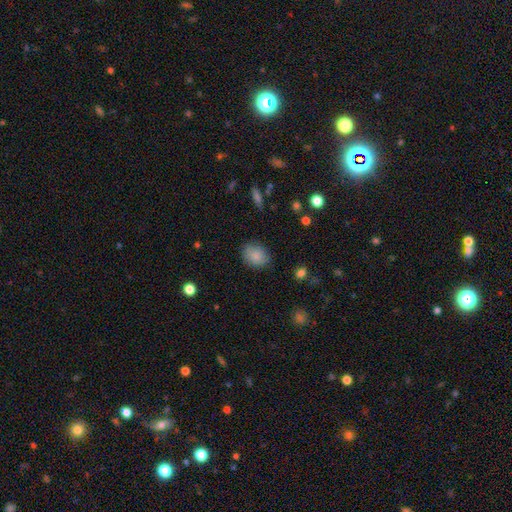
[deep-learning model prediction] The model was most divided on "how rounded": round: 56%, in between: 43%, cigar-shaped: 1%. More confident: smooth or featured — smooth (84%); merging — none (80%).